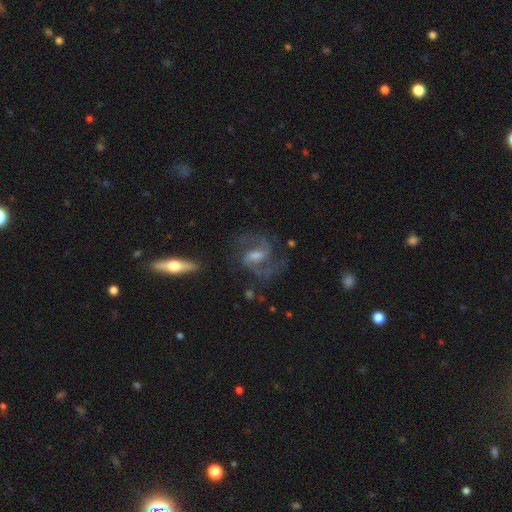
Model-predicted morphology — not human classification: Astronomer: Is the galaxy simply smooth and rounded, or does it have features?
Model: featured or disk — 89%.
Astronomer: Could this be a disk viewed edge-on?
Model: no — 96%.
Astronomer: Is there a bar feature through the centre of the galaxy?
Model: weak — 53% (runner-up: strong, 28%).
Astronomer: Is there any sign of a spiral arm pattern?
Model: yes — 97%.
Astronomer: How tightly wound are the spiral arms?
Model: medium — 61%.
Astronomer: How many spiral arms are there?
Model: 2 — 91%.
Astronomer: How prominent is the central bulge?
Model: moderate — 44% (runner-up: small, 33%).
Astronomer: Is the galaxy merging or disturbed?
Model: none — 74%.